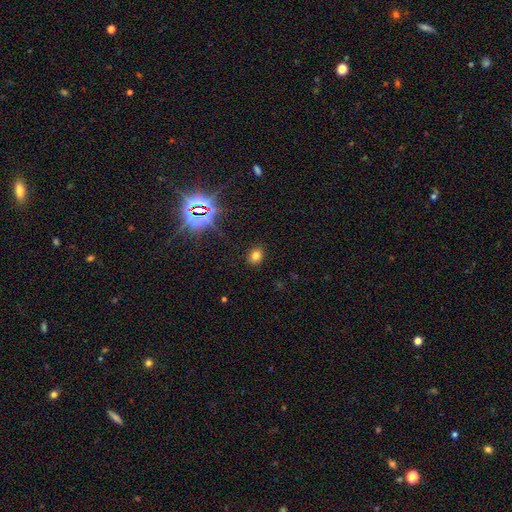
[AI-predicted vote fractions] Smooth or featured?
  - smooth: 73% *
  - star or artifact: 19%
  - featured or disk: 7%
How rounded?
  - in between: 52% *
  - round: 46%
  - cigar-shaped: 1%
Merging?
  - none: 88% *
  - minor disturbance: 8%
  - major disturbance: 3%
  - merger: 1%